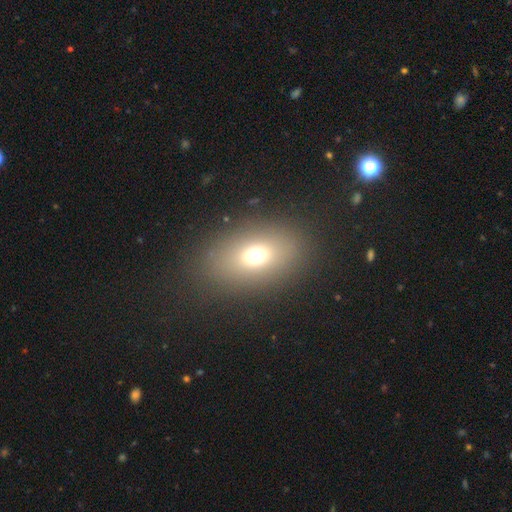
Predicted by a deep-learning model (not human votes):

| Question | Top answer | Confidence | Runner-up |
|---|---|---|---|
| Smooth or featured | smooth | 68% | star or artifact (16%) |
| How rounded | in between | 75% | round (23%) |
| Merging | none | 83% | minor disturbance (9%) |